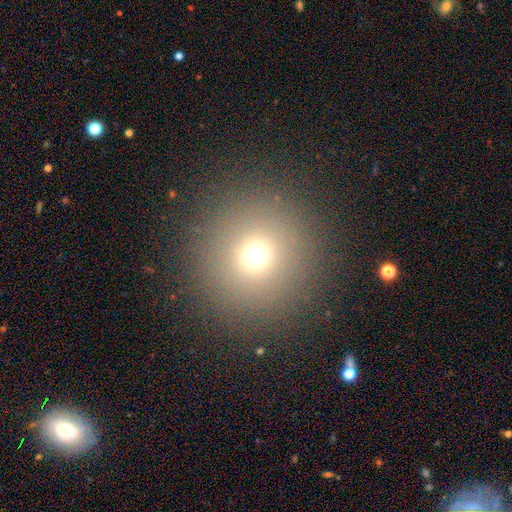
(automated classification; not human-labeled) Smooth or featured? Predicted: smooth (p=0.70). How rounded? Predicted: round (p=0.95). Merging? Predicted: none (p=0.90).